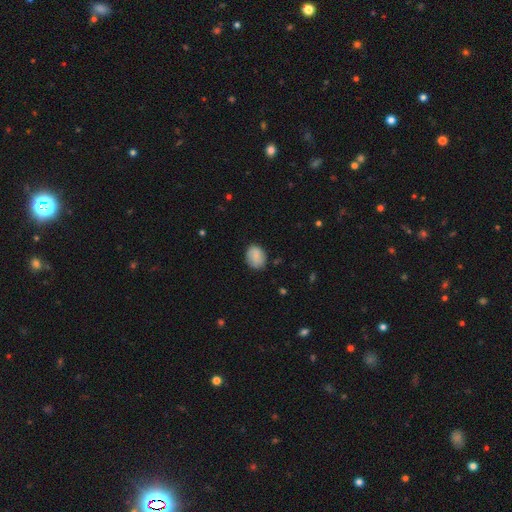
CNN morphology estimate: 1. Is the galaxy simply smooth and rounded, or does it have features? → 80% smooth, 13% featured or disk, 7% star or artifact.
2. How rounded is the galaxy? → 57% in between, 42% round, 1% cigar-shaped.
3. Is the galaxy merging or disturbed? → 80% none, 16% minor disturbance, 4% major disturbance, 1% merger.